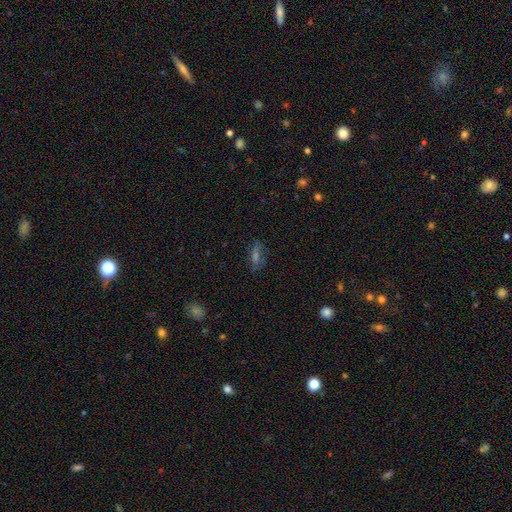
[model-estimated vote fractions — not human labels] Overall: smooth (39%; star or artifact 31%). Merging: none (77%).